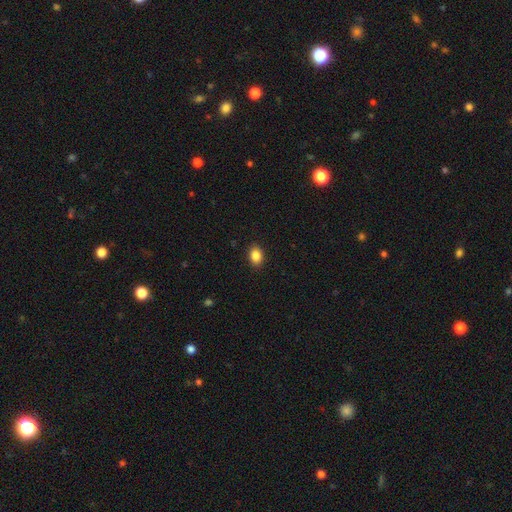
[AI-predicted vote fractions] smooth 87%, star or artifact 9%, featured or disk 4%. Down the decision tree: how rounded — in between (74%); merging — none (90%).